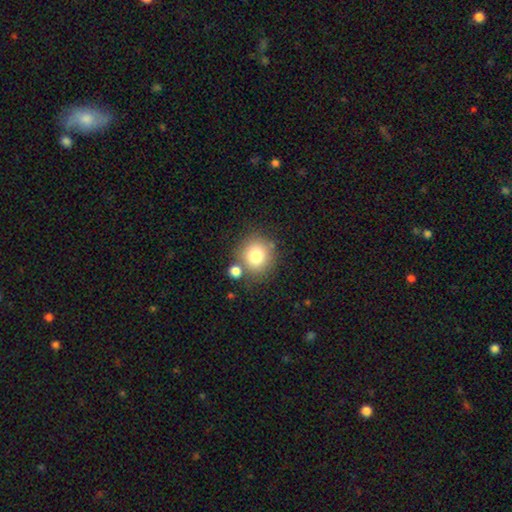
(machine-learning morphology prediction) Smooth or featured? smooth (78%)
How rounded? round (86%)
Merging? none (70%)